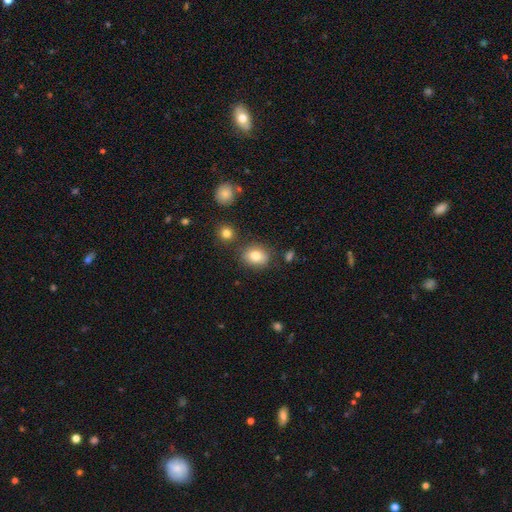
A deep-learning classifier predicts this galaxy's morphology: Smooth or featured? Predicted: smooth (p=0.80). How rounded? Predicted: round (p=0.51). Merging? Predicted: none (p=0.78).